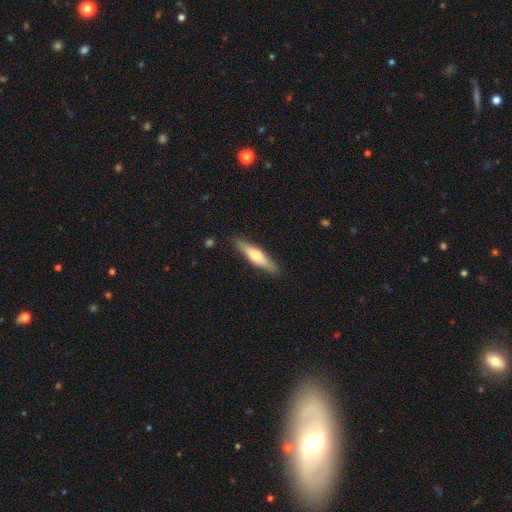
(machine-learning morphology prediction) Overall: smooth (48%; featured or disk 47%). Merging: none (88%).